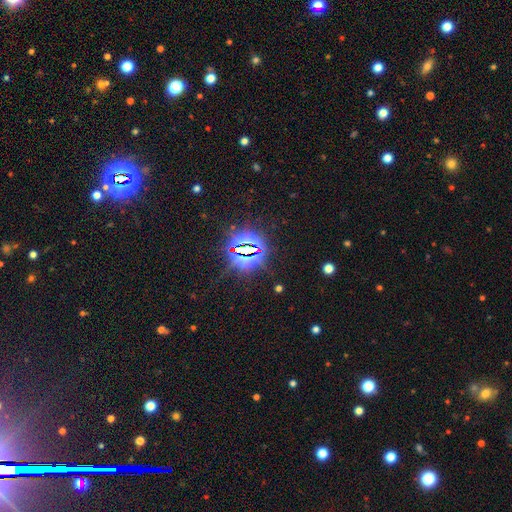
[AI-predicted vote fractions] A star or artifact, not a galaxy (83%).